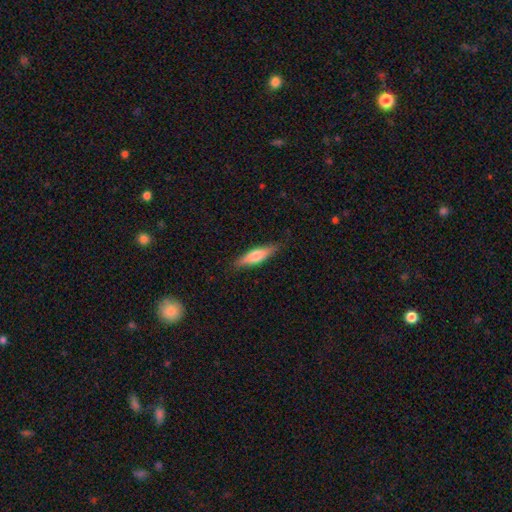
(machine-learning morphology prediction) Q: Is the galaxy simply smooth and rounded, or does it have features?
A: smooth — 69%.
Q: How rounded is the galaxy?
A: cigar-shaped — 61%.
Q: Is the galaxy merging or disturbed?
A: none — 81%.